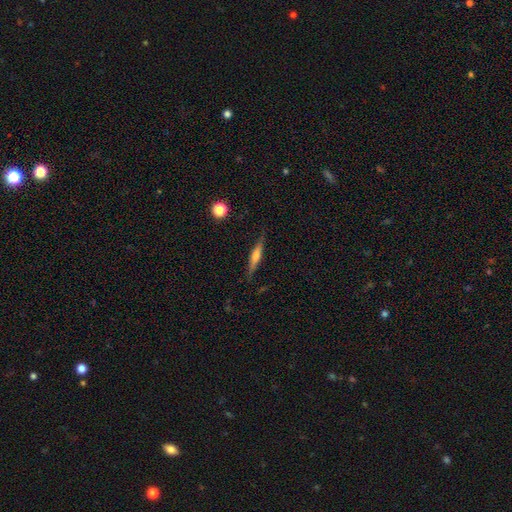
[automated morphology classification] type=featured or disk (60%); edge-on=yes (96%); edge-on bulge=rounded (81%); merging=none (85%).